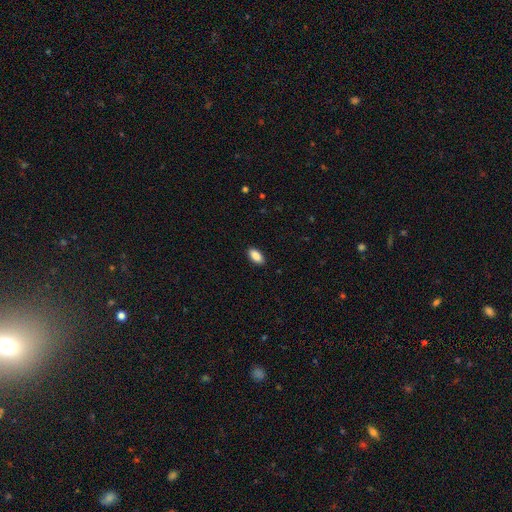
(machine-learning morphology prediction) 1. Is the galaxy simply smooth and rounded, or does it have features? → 89% smooth, 7% star or artifact, 4% featured or disk.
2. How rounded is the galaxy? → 92% in between, 5% cigar-shaped, 3% round.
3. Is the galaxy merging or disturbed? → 90% none, 8% minor disturbance, 2% major disturbance, 1% merger.